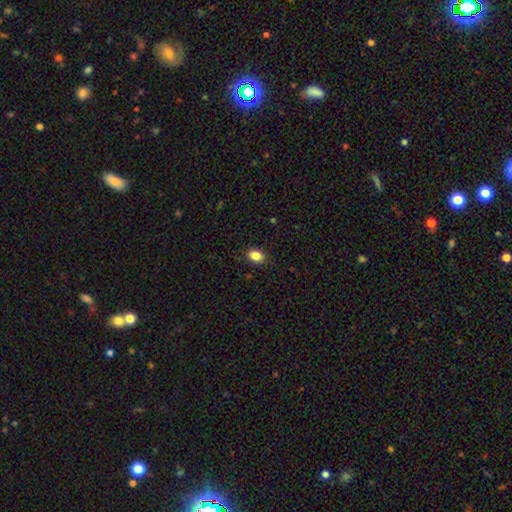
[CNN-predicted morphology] A smooth galaxy with no disk features (85%) that is in between round and cigar-shaped (72%). Merging: none (88%).